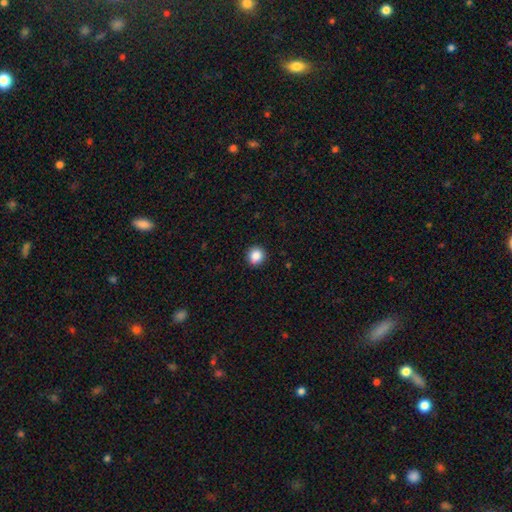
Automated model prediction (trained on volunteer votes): Smooth or featured? smooth (87%)
How rounded? round (89%)
Merging? none (92%)